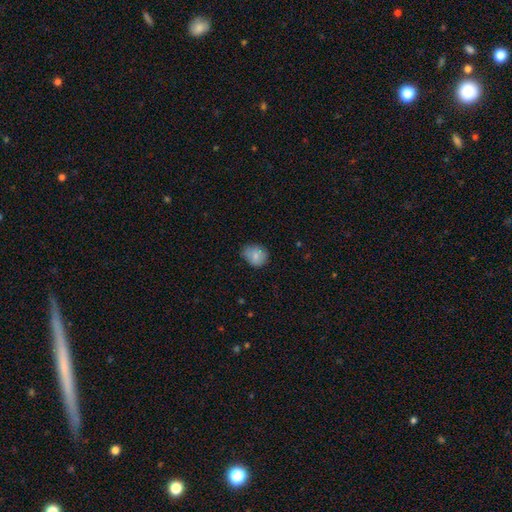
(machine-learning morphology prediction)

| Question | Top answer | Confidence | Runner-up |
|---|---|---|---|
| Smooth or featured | smooth | 80% | featured or disk (12%) |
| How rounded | round | 56% | in between (43%) |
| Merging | none | 70% | minor disturbance (24%) |